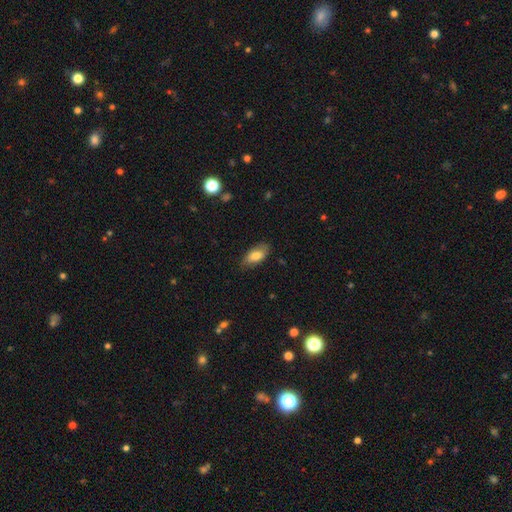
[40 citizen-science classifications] Smooth or featured?
  - smooth: 78% *
  - featured or disk: 20%
  - star or artifact: 2%
How rounded?
  - in between: 87% *
  - cigar-shaped: 10%
  - round: 3%
Merging?
  - none: 85% *
  - minor disturbance: 15%
  - major disturbance: 0%
  - merger: 0%